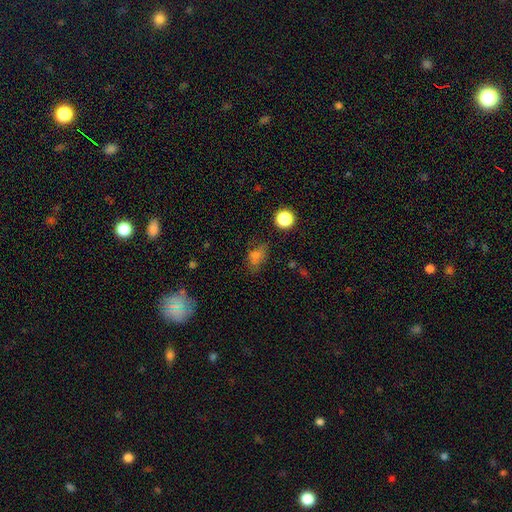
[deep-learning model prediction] smooth 62%, star or artifact 24%, featured or disk 14%. Down the decision tree: how rounded — in between (65%); merging — none (58%).